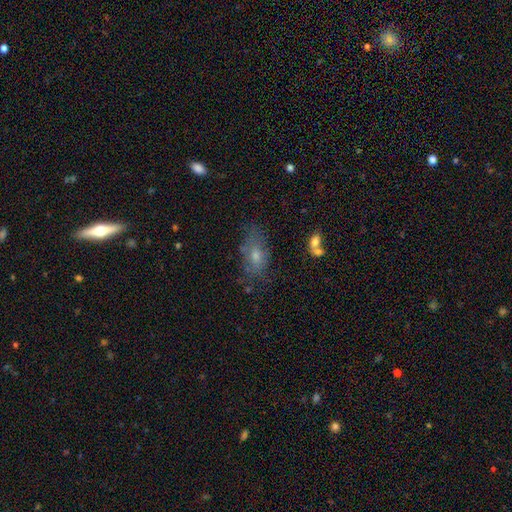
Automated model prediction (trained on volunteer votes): This appears to be a smooth galaxy with no disk features (60%) that is in between round and cigar-shaped (83%). Merging: none (60%).